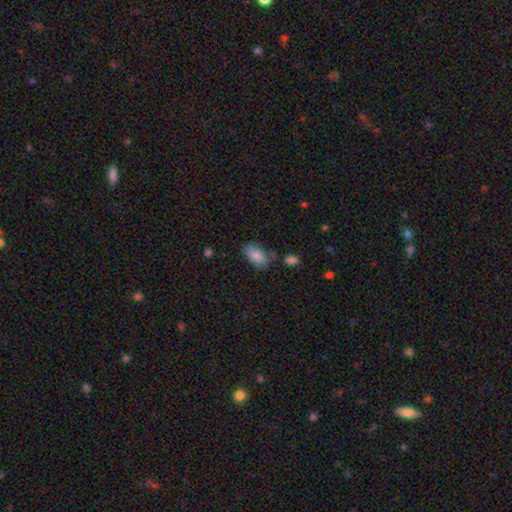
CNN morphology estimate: smooth-or-featured: smooth: 84% | featured or disk: 9% | star or artifact: 7%
  how-rounded: in between: 93% | round: 4% | cigar-shaped: 3%
  merging: none: 70% | minor disturbance: 19% | merger: 6% | major disturbance: 5%